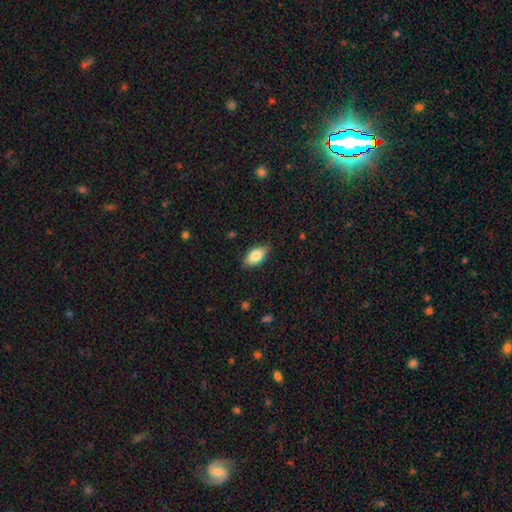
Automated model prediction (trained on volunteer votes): A smooth galaxy with no disk features (76%) that is in between round and cigar-shaped (89%).

Vote fractions:
- Smooth or featured? smooth: 76% / featured or disk: 17% / star or artifact: 7%
- How rounded? in between: 89% / round: 6% / cigar-shaped: 6%
- Merging? none: 81% / minor disturbance: 15% / major disturbance: 3% / merger: 1%